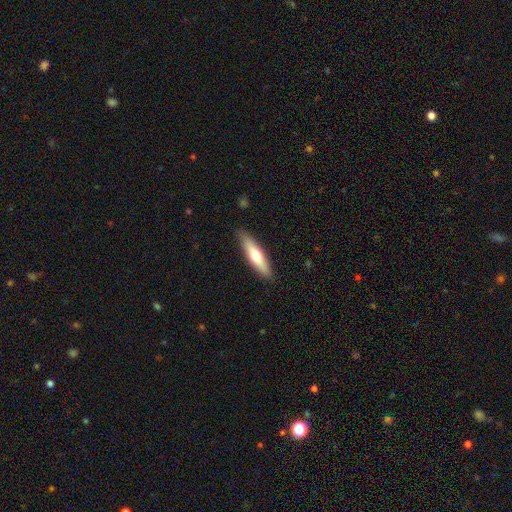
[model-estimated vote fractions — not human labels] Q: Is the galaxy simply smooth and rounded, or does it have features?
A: smooth — 58%.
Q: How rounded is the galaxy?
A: cigar-shaped — 73%.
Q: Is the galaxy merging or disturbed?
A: none — 88%.